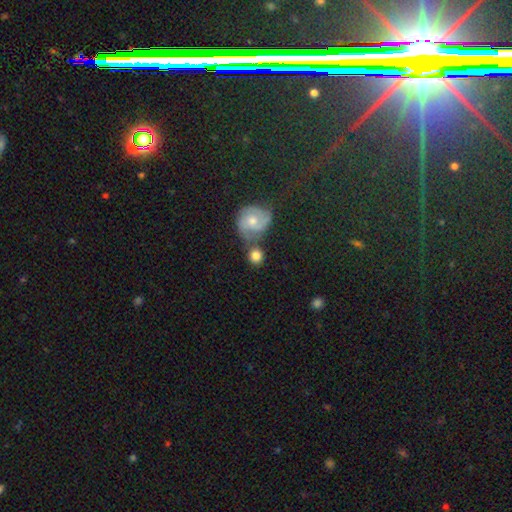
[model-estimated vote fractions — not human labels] This appears to be a smooth galaxy with no disk features (78%) that is round (86%). Merging: none (58%).